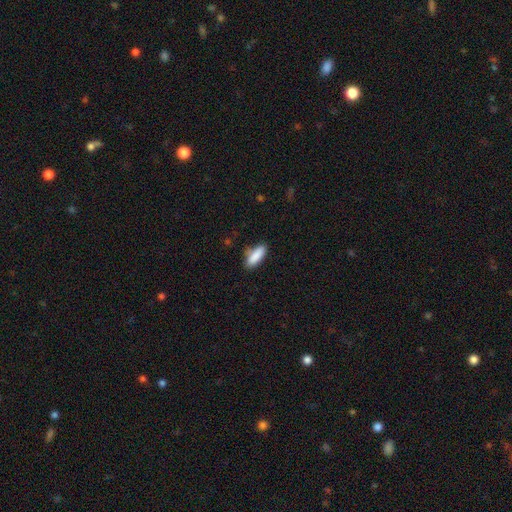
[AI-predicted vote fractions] smooth_or_featured: smooth (p=0.87) [alt: star or artifact p=0.07]
how_rounded: in between (p=0.62) [alt: cigar-shaped p=0.36]
merging: none (p=0.78) [alt: minor disturbance p=0.16]